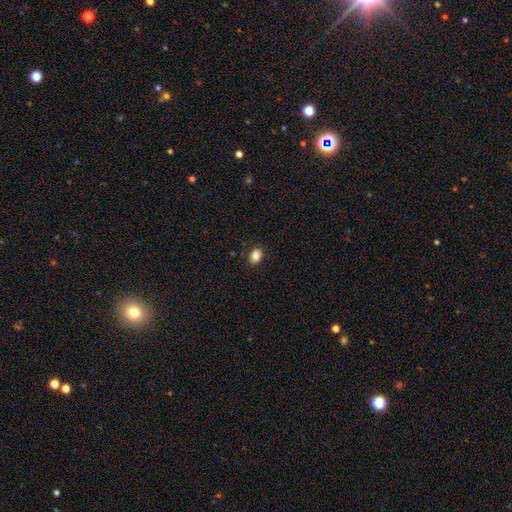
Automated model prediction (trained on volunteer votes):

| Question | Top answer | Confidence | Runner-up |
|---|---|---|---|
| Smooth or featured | smooth | 86% | star or artifact (9%) |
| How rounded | in between | 73% | round (26%) |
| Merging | none | 88% | minor disturbance (9%) |